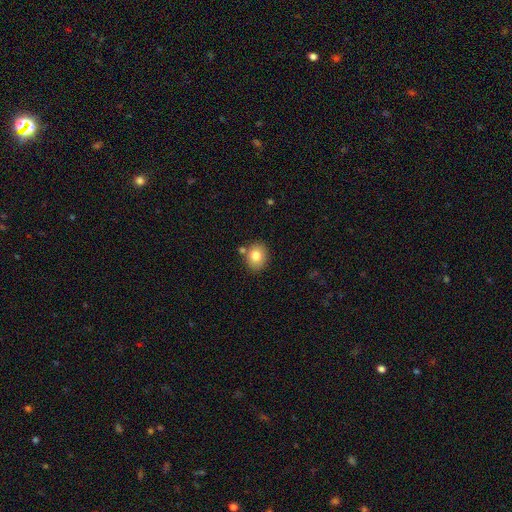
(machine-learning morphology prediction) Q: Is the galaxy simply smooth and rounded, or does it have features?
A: smooth — 80%.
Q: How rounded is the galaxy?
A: round — 56%.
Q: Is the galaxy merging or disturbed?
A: none — 76%.